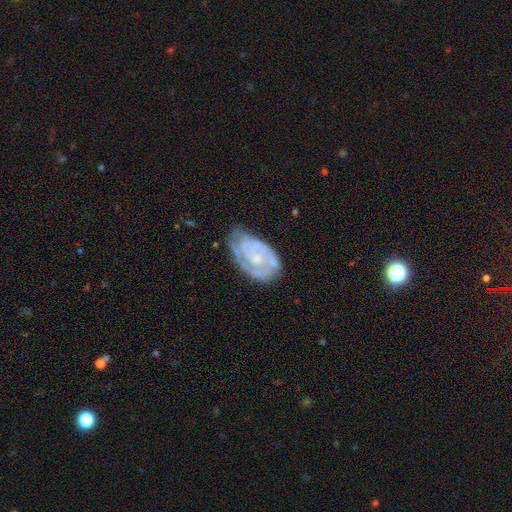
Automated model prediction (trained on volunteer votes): This is likely a featured or disk galaxy (78%). It is clearly not viewed edge-on (97%). Bar: likely no (74%). Spiral arm pattern: clearly yes (87%). Spiral arm count: marginally can't tell (38%). Spiral winding: likely tight (65%). Central bulge: possibly small (58%). Merging: possibly none (55%).